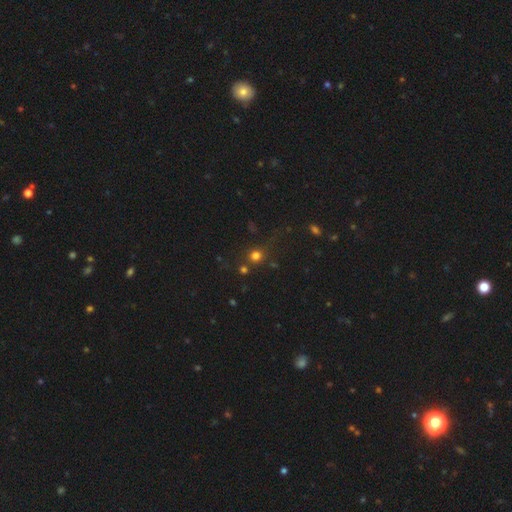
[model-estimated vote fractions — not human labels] smooth_or_featured: smooth (p=0.72) [alt: star or artifact p=0.21]
how_rounded: round (p=0.89) [alt: in between p=0.10]
merging: none (p=0.74) [alt: merger p=0.11]